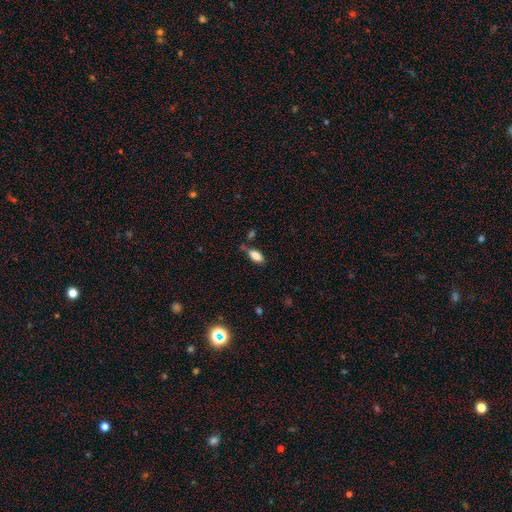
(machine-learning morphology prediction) type=smooth (82%); roundness=in between (86%); merging=none (57%).